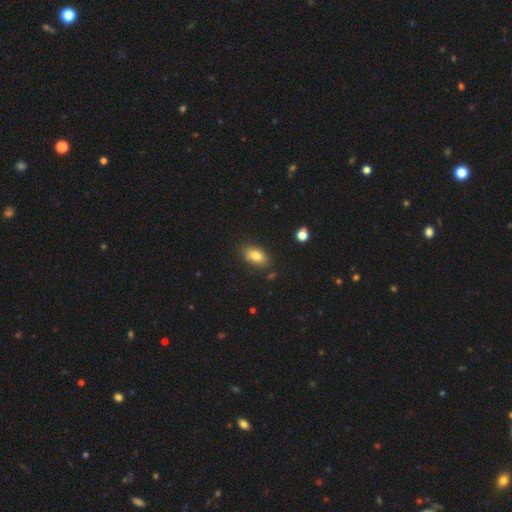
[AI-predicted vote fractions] smooth 80%, featured or disk 12%, star or artifact 9%. Down the decision tree: how rounded — in between (88%); merging — none (84%).